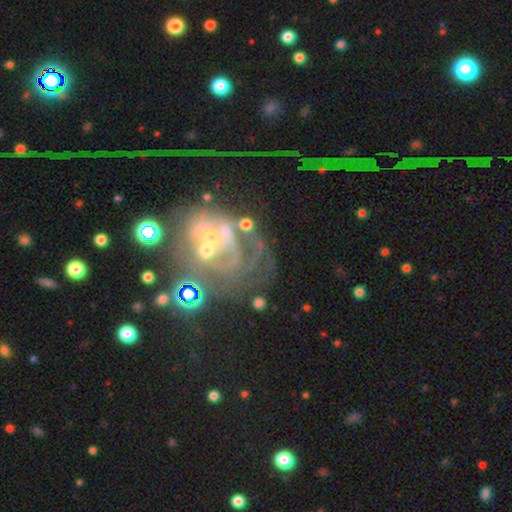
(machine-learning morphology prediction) Smooth or featured? Predicted: featured or disk (p=0.69). Edge-on disk? Predicted: no (p=0.97). Bar? Predicted: no (p=0.81). Spiral arms? Predicted: yes (p=0.57). Bulge size? Predicted: small (p=0.52). Merging? Predicted: major disturbance (p=0.38).